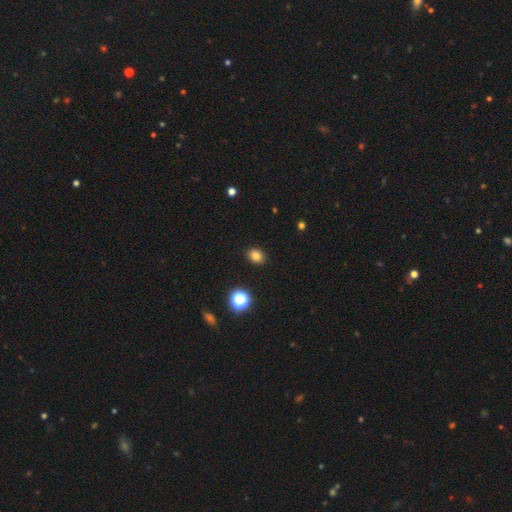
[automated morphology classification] Smooth or featured? smooth (81%)
How rounded? in between (52%)
Merging? none (89%)